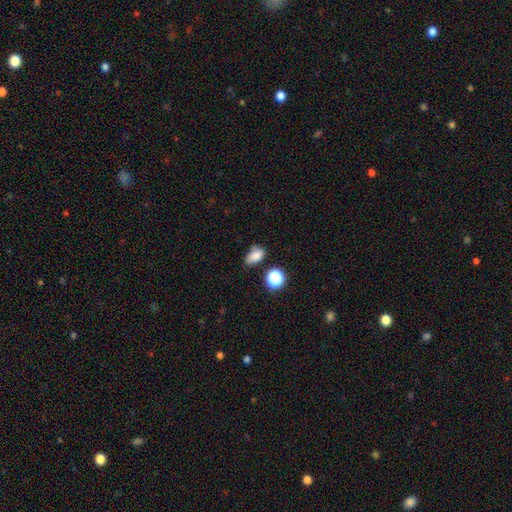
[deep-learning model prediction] Morphology: type=smooth (79%); roundness=in between (82%); merging=none (57%).